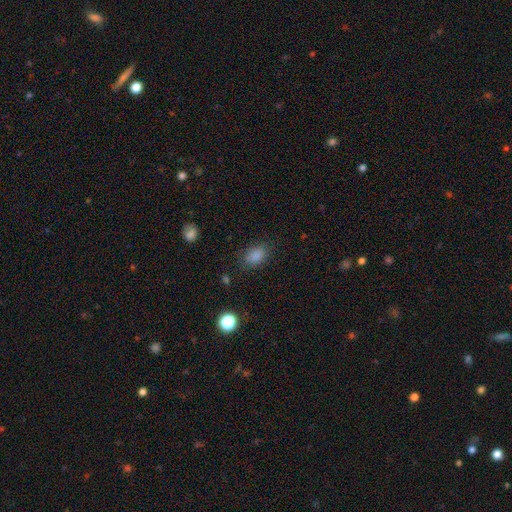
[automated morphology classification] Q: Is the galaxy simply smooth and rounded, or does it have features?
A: smooth — 85%.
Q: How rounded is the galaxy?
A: in between — 82%.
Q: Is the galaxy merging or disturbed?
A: none — 80%.